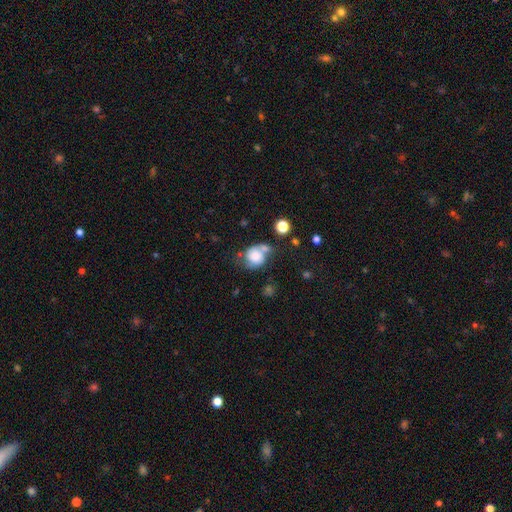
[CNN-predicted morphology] smooth-or-featured: smooth: 68% | featured or disk: 21% | star or artifact: 10%
  how-rounded: round: 71% | in between: 28% | cigar-shaped: 1%
  merging: none: 34% | merger: 27% | minor disturbance: 24% | major disturbance: 15%